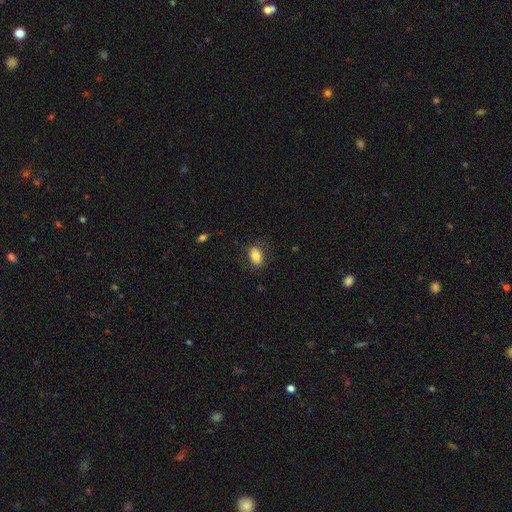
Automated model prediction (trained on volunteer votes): A smooth galaxy with no disk features (79%) that is in between round and cigar-shaped (84%). Merging: none (77%).